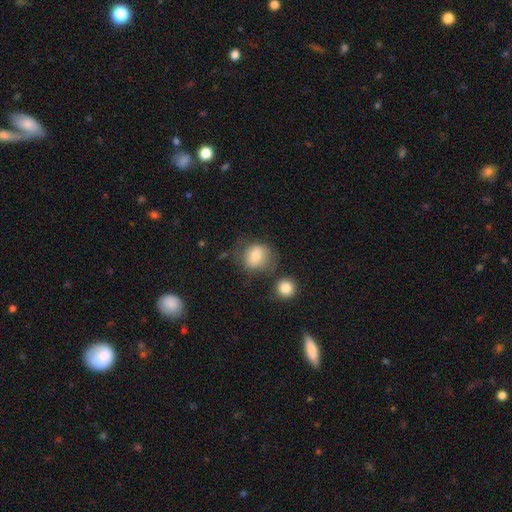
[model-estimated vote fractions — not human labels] Q: Smooth or featured?
A: smooth (78%); runner-up: featured or disk (14%)
Q: How rounded?
A: round (73%); runner-up: in between (26%)
Q: Merging?
A: none (50%); runner-up: minor disturbance (23%)